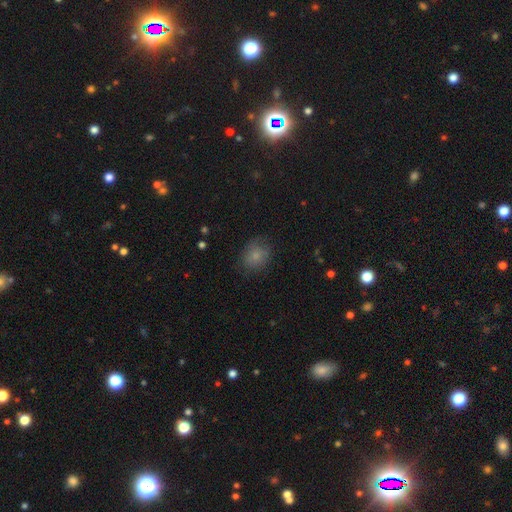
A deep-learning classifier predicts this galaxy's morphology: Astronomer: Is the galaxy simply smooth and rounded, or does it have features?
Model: smooth — 77%.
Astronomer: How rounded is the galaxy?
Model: round — 63%.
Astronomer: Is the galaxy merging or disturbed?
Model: none — 70%.